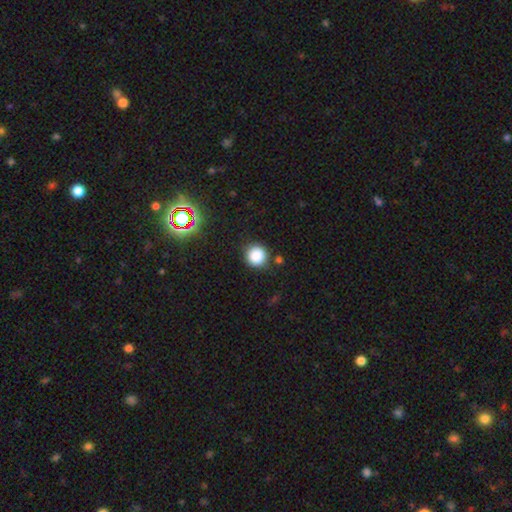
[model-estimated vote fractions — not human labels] smooth_or_featured: smooth (p=0.84) [alt: star or artifact p=0.12]
how_rounded: round (p=0.93) [alt: in between p=0.06]
merging: none (p=0.84) [alt: minor disturbance p=0.10]